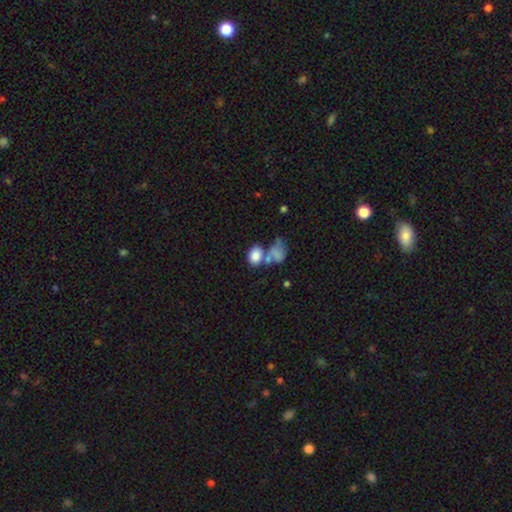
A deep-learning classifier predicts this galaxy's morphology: Smooth or featured? Predicted: smooth (p=0.81). How rounded? Predicted: in between (p=0.72). Merging? Predicted: merger (p=0.43).